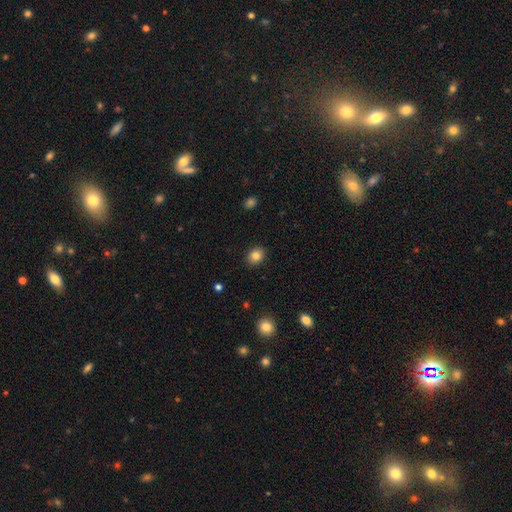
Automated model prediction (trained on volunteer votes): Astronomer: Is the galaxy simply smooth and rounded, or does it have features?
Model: smooth — 83%.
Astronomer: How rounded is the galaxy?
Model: round — 55% (runner-up: in between, 45%).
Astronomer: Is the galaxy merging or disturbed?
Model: none — 89%.